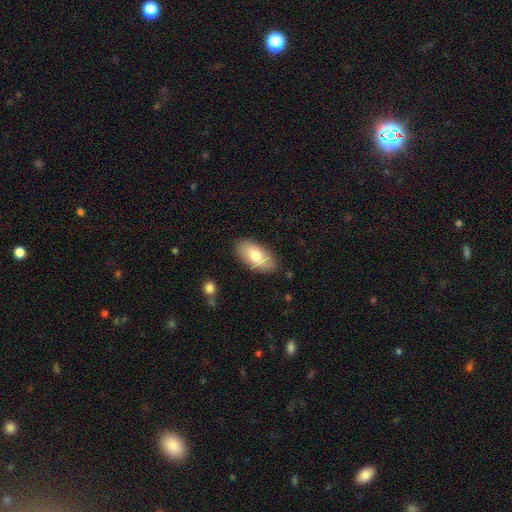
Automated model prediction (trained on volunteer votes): Smooth or featured?
  - smooth: 77% *
  - featured or disk: 17%
  - star or artifact: 6%
How rounded?
  - in between: 93% *
  - cigar-shaped: 4%
  - round: 3%
Merging?
  - none: 84% *
  - minor disturbance: 12%
  - major disturbance: 3%
  - merger: 1%